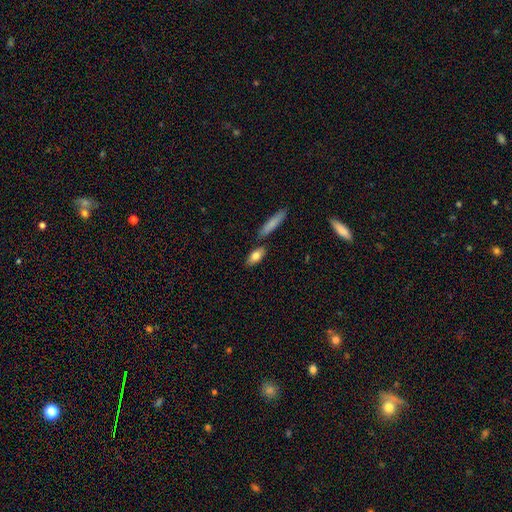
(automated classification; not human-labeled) This is likely a smooth galaxy (78%). How rounded: likely in between (75%). Merging: likely none (74%).